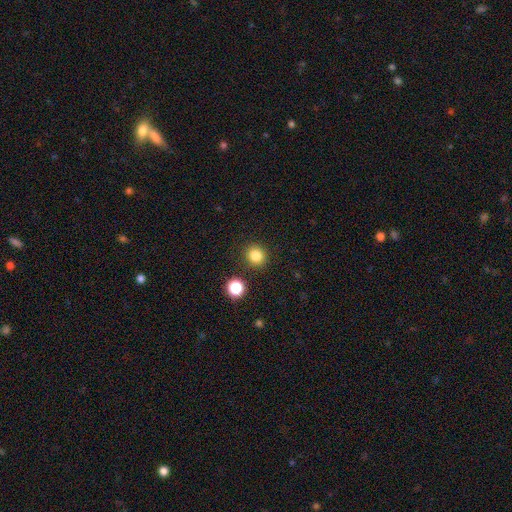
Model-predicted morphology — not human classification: Q: Smooth or featured?
A: smooth (82%); runner-up: star or artifact (13%)
Q: How rounded?
A: round (89%); runner-up: in between (10%)
Q: Merging?
A: none (89%); runner-up: minor disturbance (6%)